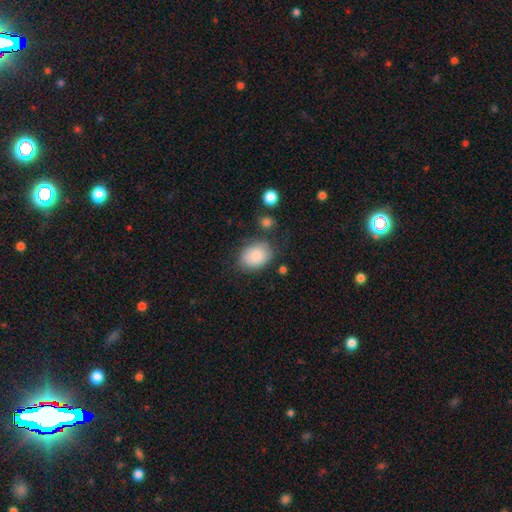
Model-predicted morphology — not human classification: smooth_or_featured: smooth (p=0.84) [alt: featured or disk p=0.09]
how_rounded: in between (p=0.70) [alt: round p=0.30]
merging: none (p=0.72) [alt: minor disturbance p=0.18]